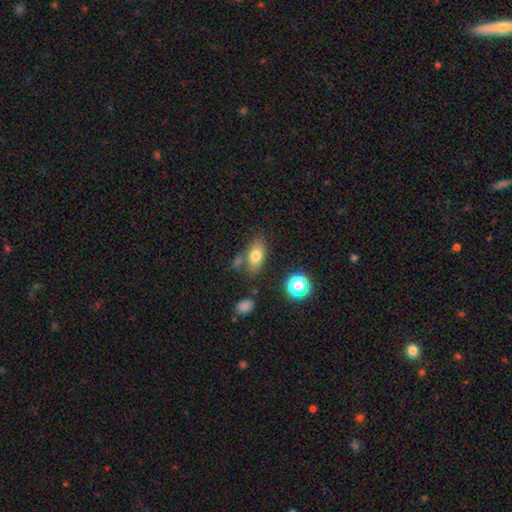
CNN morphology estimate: Smooth or featured? Predicted: smooth (p=0.75). How rounded? Predicted: in between (p=0.84). Merging? Predicted: none (p=0.67).